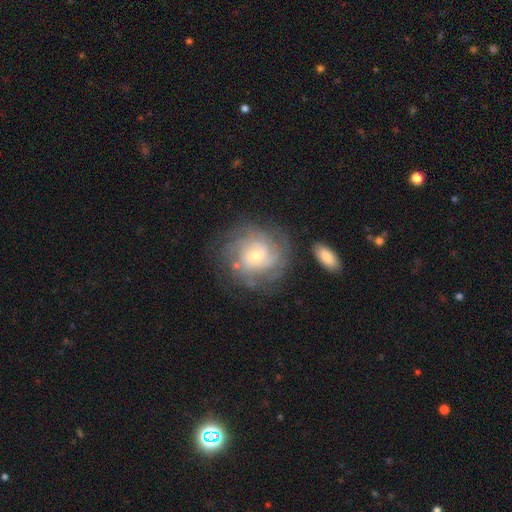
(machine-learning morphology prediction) type=featured or disk (76%); edge-on=no (97%); bar=no (66%); spiral arms=yes (91%); winding=tight (64%); arm count=can't tell (42%); bulge=small (61%); merging=none (73%).